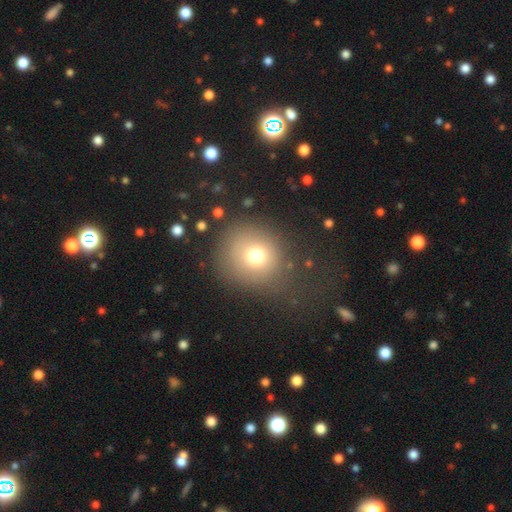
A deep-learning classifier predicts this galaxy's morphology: Smooth or featured? smooth (72%)
How rounded? round (85%)
Merging? none (72%)